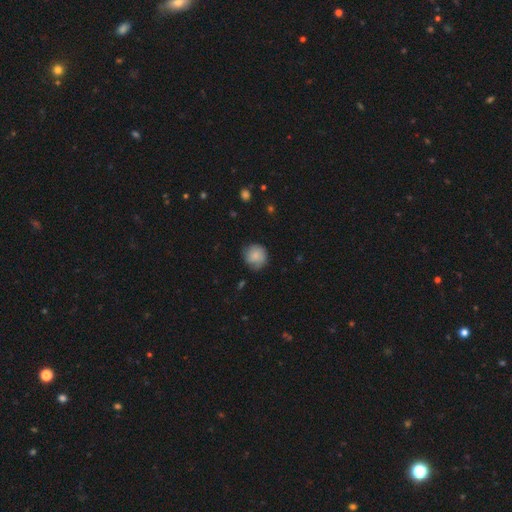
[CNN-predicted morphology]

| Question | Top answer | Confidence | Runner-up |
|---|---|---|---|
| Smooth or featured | smooth | 81% | featured or disk (12%) |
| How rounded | round | 90% | in between (9%) |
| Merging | none | 73% | minor disturbance (21%) |